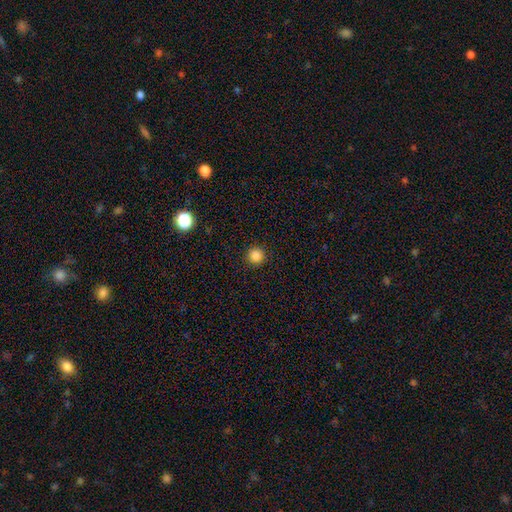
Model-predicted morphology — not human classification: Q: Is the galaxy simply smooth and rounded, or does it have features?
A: smooth — 86%.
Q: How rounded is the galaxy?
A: round — 96%.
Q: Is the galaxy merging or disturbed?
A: none — 93%.